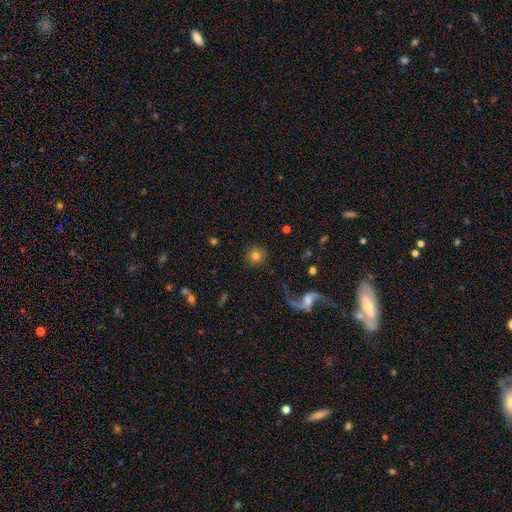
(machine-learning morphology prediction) This appears to be a smooth galaxy with no disk features (73%) that is round (95%). Merging: none (89%).